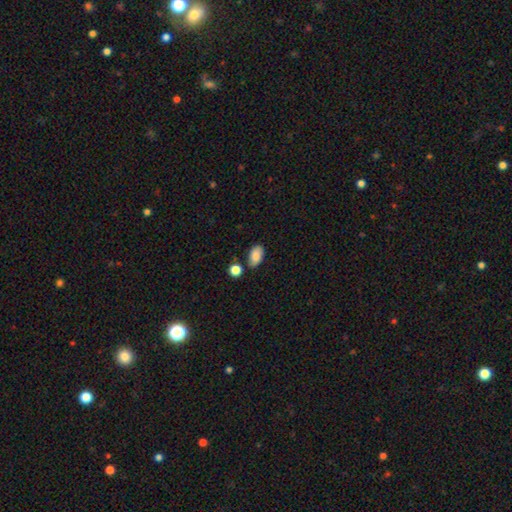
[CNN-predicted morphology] Smooth or featured?
  - smooth: 82% *
  - featured or disk: 9%
  - star or artifact: 8%
How rounded?
  - in between: 91% *
  - round: 7%
  - cigar-shaped: 2%
Merging?
  - none: 73% *
  - minor disturbance: 15%
  - merger: 8%
  - major disturbance: 3%